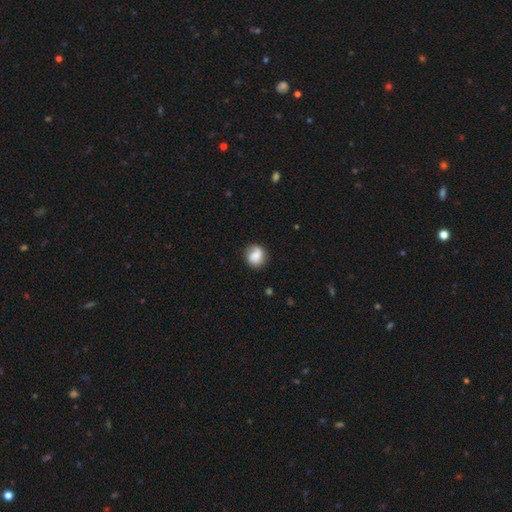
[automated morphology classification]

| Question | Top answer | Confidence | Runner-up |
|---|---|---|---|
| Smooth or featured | smooth | 78% | featured or disk (14%) |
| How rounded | round | 76% | in between (22%) |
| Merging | none | 74% | minor disturbance (19%) |